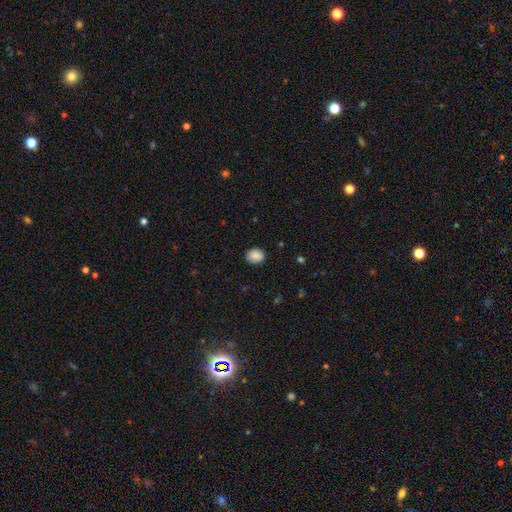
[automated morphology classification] Smooth or featured: smooth — 87% (star or artifact — 8%)
How rounded: round — 55% (in between — 44%)
Merging: none — 85% (minor disturbance — 12%)